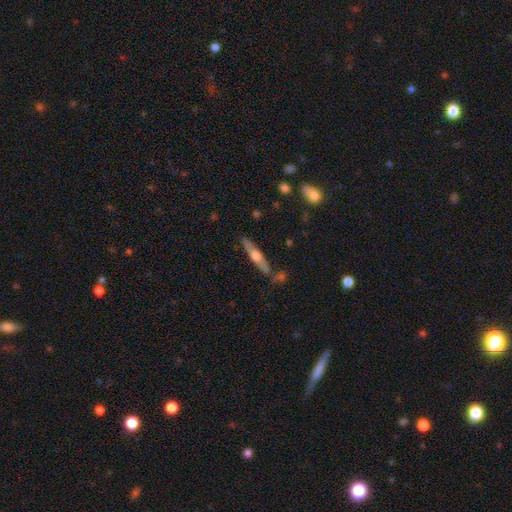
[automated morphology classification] A featured or disk galaxy (59%) viewed edge-on (90%) with a rounded central bulge (89%). Merging: none (80%).